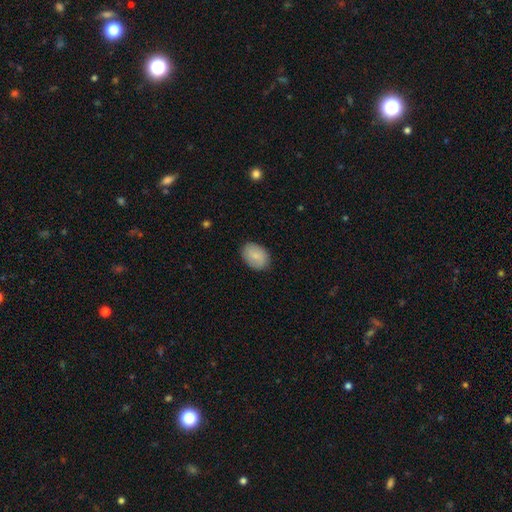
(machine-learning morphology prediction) Smooth or featured? Predicted: smooth (p=0.84). How rounded? Predicted: in between (p=0.81). Merging? Predicted: none (p=0.86).